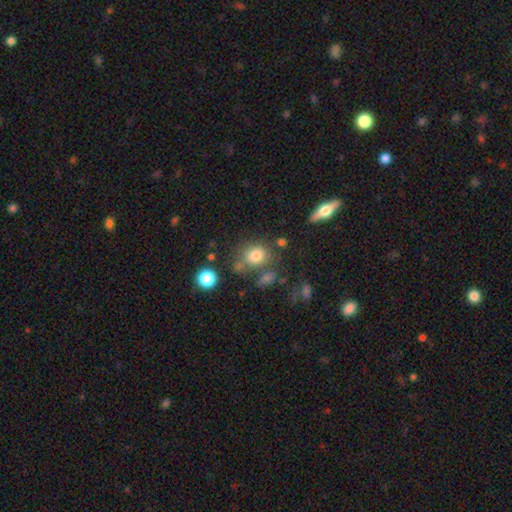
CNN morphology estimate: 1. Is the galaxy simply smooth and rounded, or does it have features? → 77% smooth, 14% star or artifact, 9% featured or disk.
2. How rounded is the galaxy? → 62% round, 37% in between, 1% cigar-shaped.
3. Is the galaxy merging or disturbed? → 62% none, 15% minor disturbance, 15% merger, 7% major disturbance.